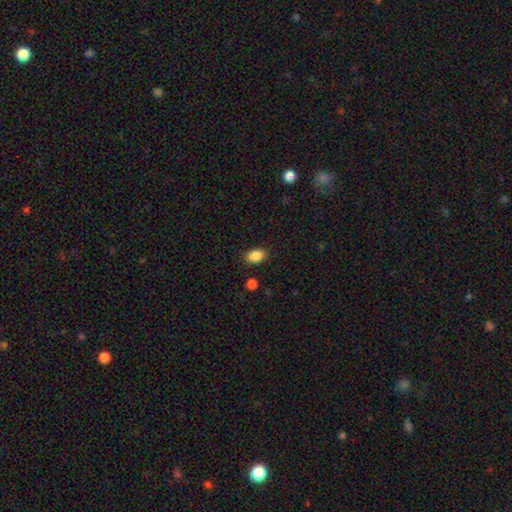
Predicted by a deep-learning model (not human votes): Smooth or featured?
  - smooth: 88% *
  - star or artifact: 8%
  - featured or disk: 4%
How rounded?
  - in between: 85% *
  - round: 13%
  - cigar-shaped: 2%
Merging?
  - none: 86% *
  - minor disturbance: 10%
  - major disturbance: 3%
  - merger: 2%